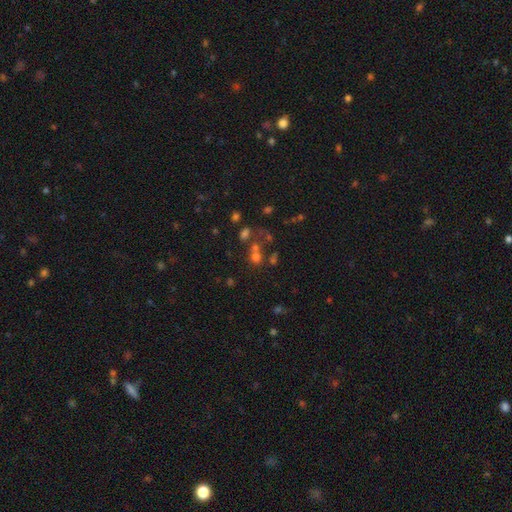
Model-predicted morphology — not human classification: Smooth or featured?
  - smooth: 47% *
  - star or artifact: 36%
  - featured or disk: 17%
Merging?
  - none: 48% *
  - merger: 35%
  - minor disturbance: 9%
  - major disturbance: 8%